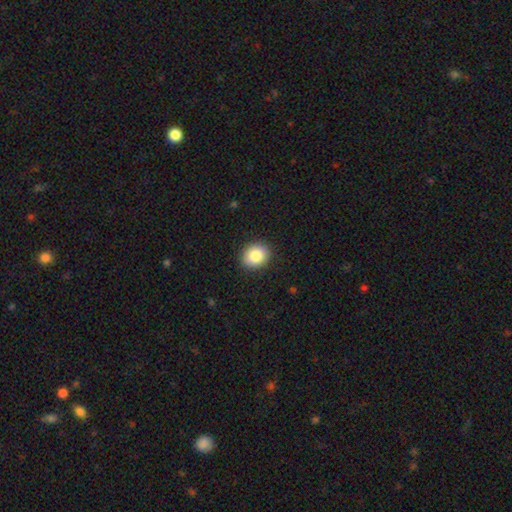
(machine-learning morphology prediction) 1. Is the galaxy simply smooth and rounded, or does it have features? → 85% smooth, 8% star or artifact, 7% featured or disk.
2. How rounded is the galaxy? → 59% round, 40% in between, 1% cigar-shaped.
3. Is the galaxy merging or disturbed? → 90% none, 7% minor disturbance, 2% major disturbance, 1% merger.